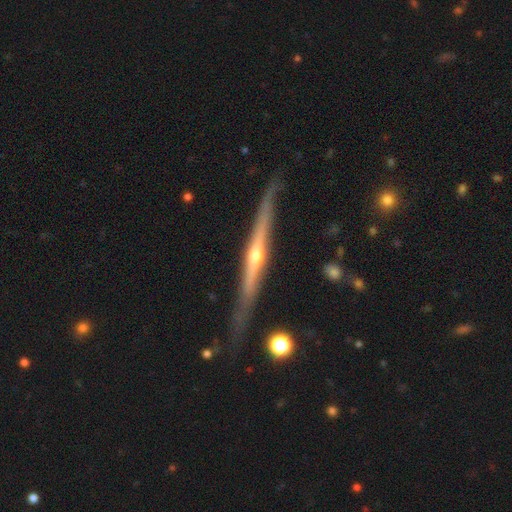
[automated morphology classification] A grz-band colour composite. It shows a featured or disk galaxy (83%) viewed edge-on (98%) with a rounded central bulge (83%). Merging: none (82%).